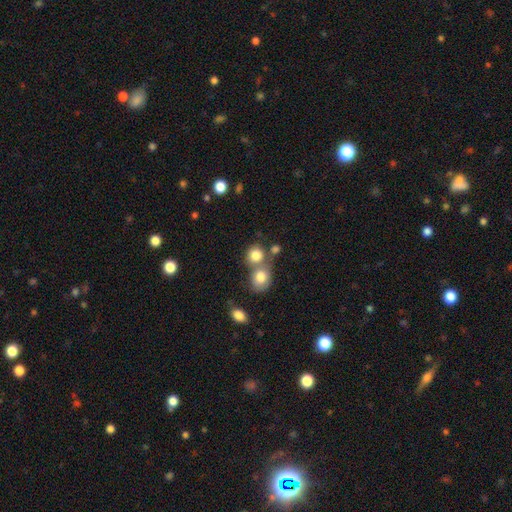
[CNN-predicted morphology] This is clearly a smooth galaxy (81%). How rounded: likely round (78%). Merging: possibly merger (45%).